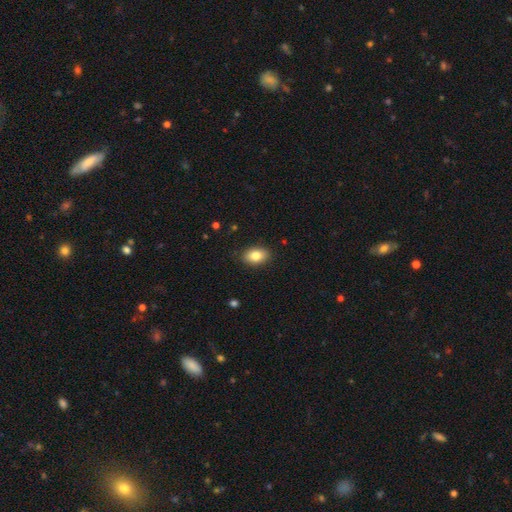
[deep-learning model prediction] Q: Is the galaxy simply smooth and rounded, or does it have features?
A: smooth — 83%.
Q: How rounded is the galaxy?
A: in between — 86%.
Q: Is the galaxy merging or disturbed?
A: none — 88%.